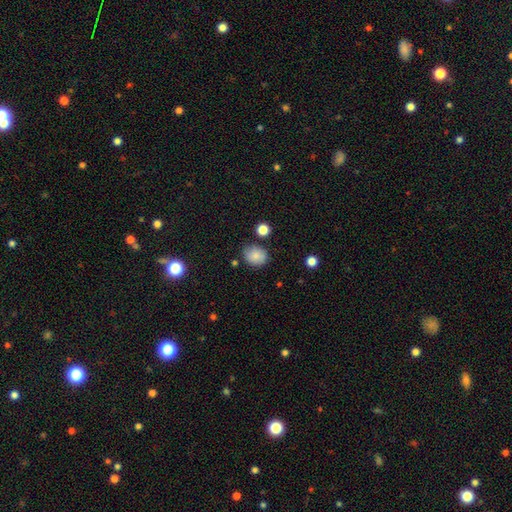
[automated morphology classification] The model was most divided on "how rounded": round: 60%, in between: 39%, cigar-shaped: 1%. More confident: smooth or featured — smooth (83%); merging — none (75%).